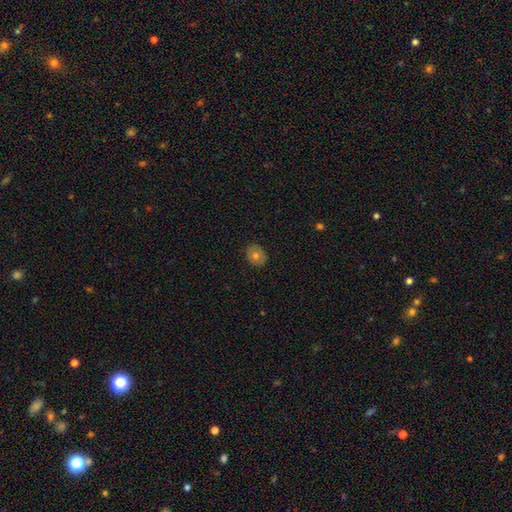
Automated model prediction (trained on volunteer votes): Smooth or featured: smooth — 70% (featured or disk — 21%)
How rounded: round — 63% (in between — 36%)
Merging: none — 87% (minor disturbance — 10%)